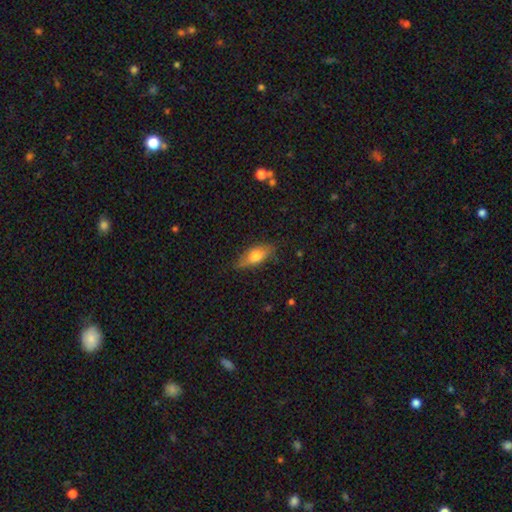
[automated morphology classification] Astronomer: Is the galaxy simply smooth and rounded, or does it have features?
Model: smooth — 68%.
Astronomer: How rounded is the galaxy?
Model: in between — 76%.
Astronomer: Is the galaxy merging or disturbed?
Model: none — 71%.